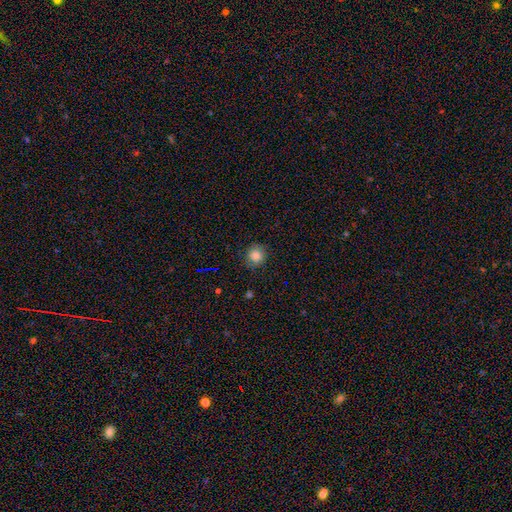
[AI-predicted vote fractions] Smooth or featured: smooth — 83% (star or artifact — 11%)
How rounded: round — 88% (in between — 11%)
Merging: none — 83% (minor disturbance — 13%)